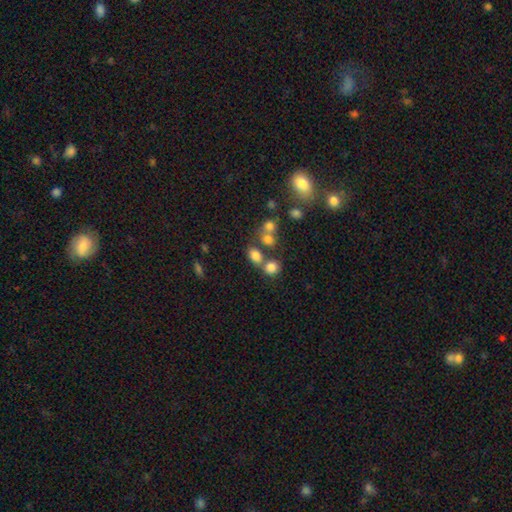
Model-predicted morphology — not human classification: Smooth or featured? Predicted: smooth (p=0.76). How rounded? Predicted: in between (p=0.58). Merging? Predicted: none (p=0.51).